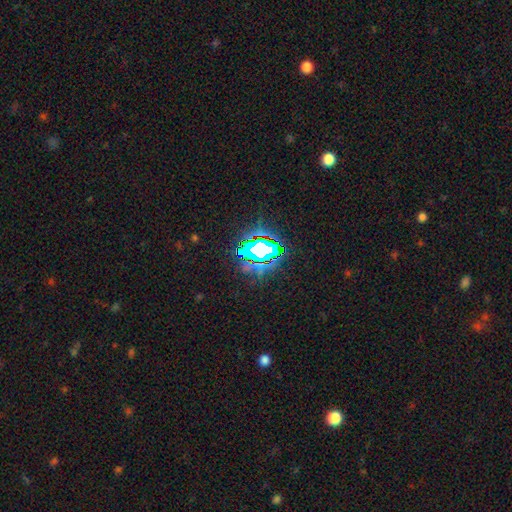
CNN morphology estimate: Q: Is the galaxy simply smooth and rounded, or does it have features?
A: star or artifact — 79%.